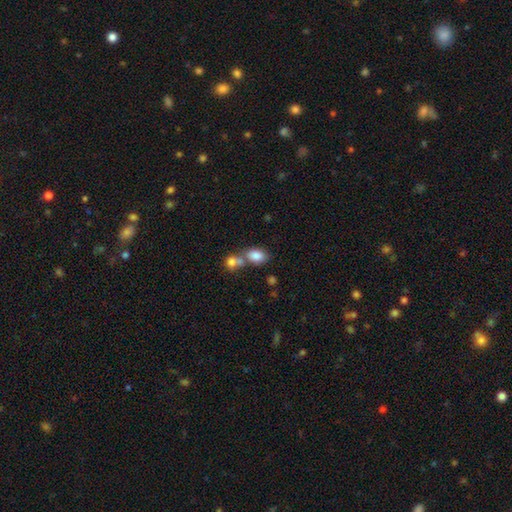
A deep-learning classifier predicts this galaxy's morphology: A smooth galaxy with no disk features (83%) that is in between round and cigar-shaped (80%). Merging: merger (48%).